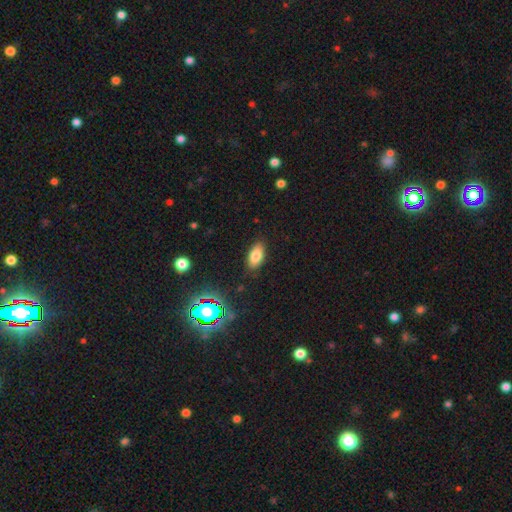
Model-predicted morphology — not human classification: Smooth or featured? Predicted: smooth (p=0.79). How rounded? Predicted: in between (p=0.90). Merging? Predicted: none (p=0.86).